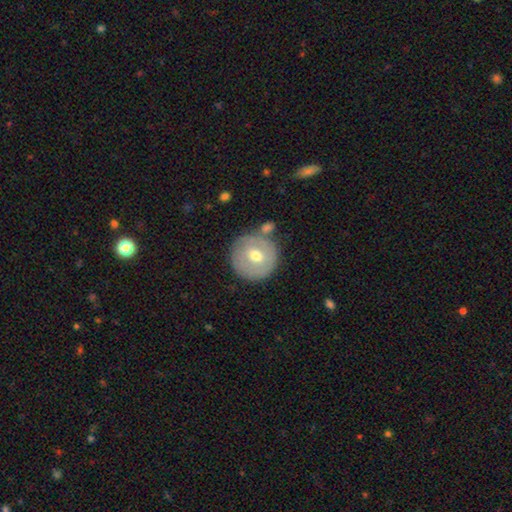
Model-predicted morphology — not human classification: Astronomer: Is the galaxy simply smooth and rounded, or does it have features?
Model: smooth — 57% (runner-up: featured or disk, 36%).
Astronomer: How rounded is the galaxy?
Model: round — 94%.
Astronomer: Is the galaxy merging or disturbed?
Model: none — 74%.